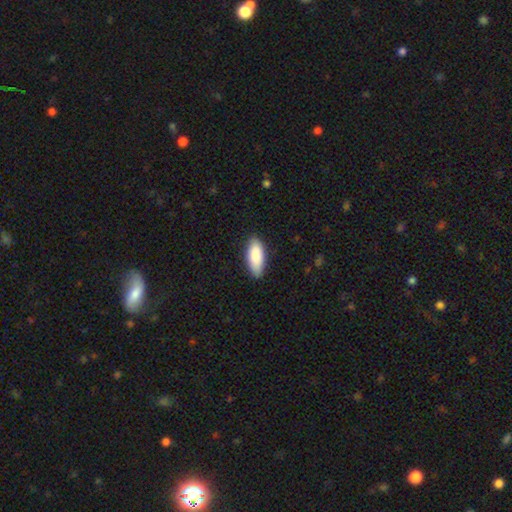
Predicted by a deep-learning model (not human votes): Smooth or featured: smooth — 87% (featured or disk — 7%)
How rounded: in between — 80% (cigar-shaped — 18%)
Merging: none — 84% (minor disturbance — 13%)